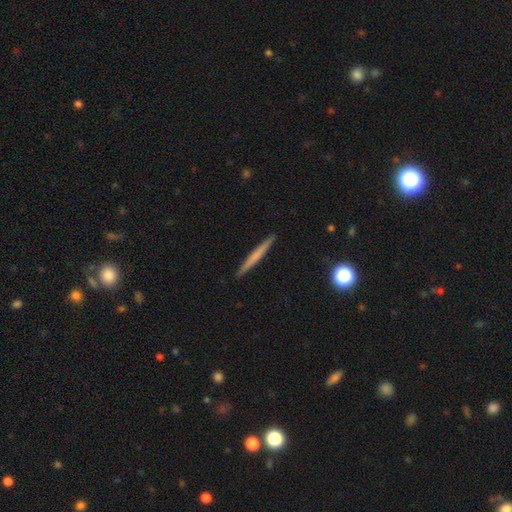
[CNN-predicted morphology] smooth 55%, featured or disk 39%, star or artifact 6%. Down the decision tree: how rounded — cigar-shaped (96%); merging — none (92%).